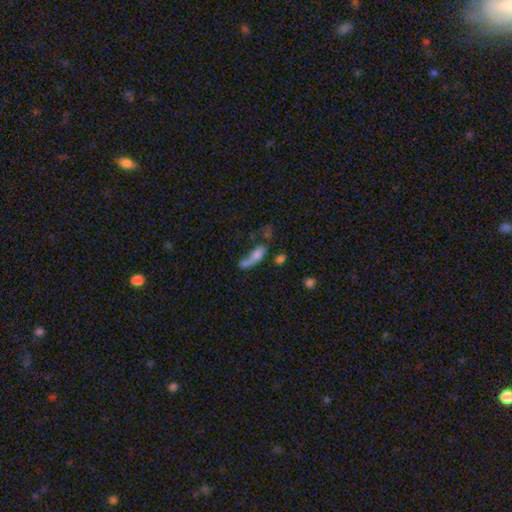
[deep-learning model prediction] smooth 66%, featured or disk 24%, star or artifact 11%. Down the decision tree: how rounded — in between (56%); merging — merger (30%).